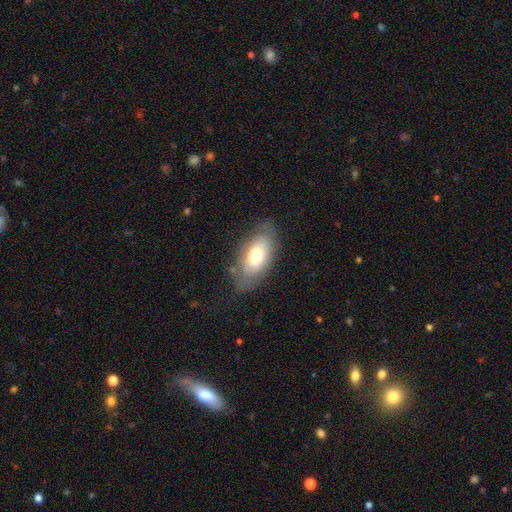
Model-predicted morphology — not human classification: Smooth or featured?
  - smooth: 64% *
  - featured or disk: 29%
  - star or artifact: 7%
How rounded?
  - in between: 91% *
  - cigar-shaped: 5%
  - round: 3%
Merging?
  - none: 73% *
  - minor disturbance: 20%
  - major disturbance: 6%
  - merger: 2%